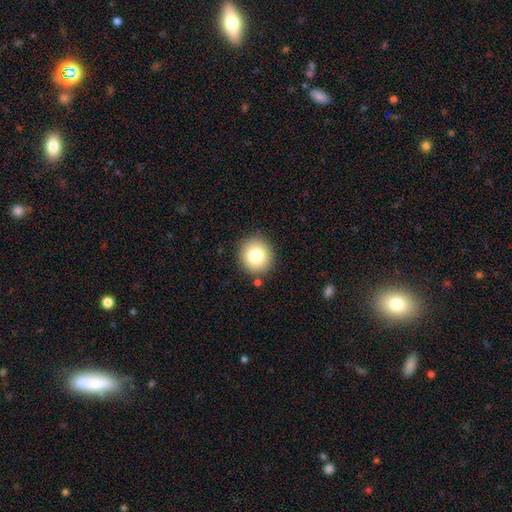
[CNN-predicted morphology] Q: Smooth or featured?
A: smooth (79%); runner-up: star or artifact (10%)
Q: How rounded?
A: round (90%); runner-up: in between (10%)
Q: Merging?
A: none (88%); runner-up: minor disturbance (7%)